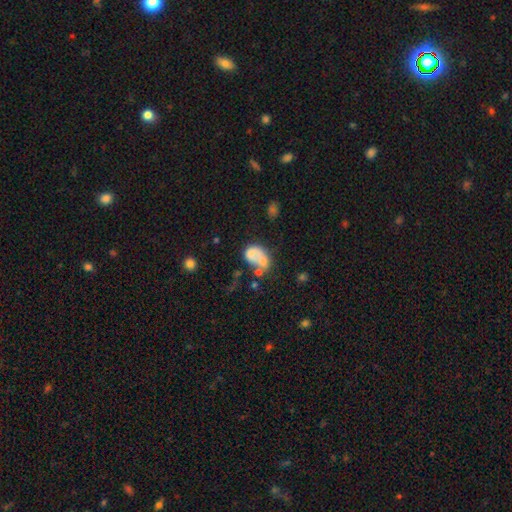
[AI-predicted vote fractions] smooth_or_featured: smooth (p=0.56) [alt: featured or disk p=0.34]
how_rounded: in between (p=0.73) [alt: round p=0.26]
merging: merger (p=0.41) [alt: none p=0.23]